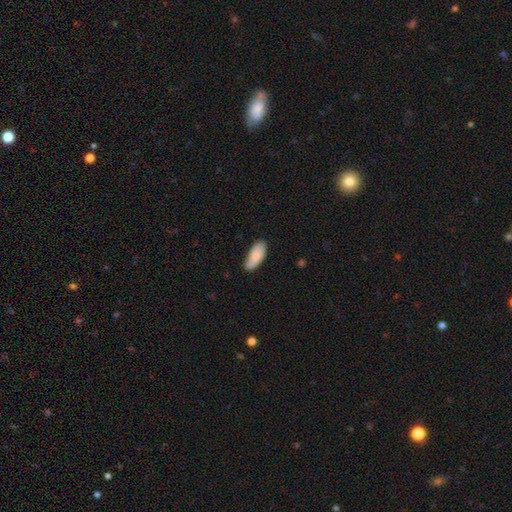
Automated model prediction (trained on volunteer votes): Overall: smooth (80%). How rounded: in between (85%). Merging: none (66%; minor disturbance 27%).